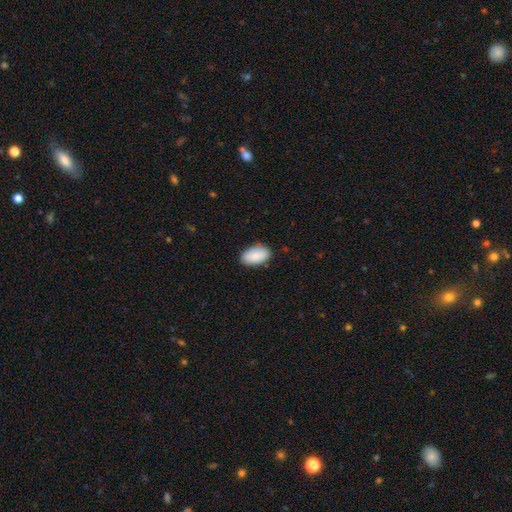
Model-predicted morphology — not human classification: Q: Smooth or featured?
A: smooth (88%); runner-up: star or artifact (6%)
Q: How rounded?
A: in between (95%); runner-up: round (4%)
Q: Merging?
A: none (85%); runner-up: minor disturbance (12%)